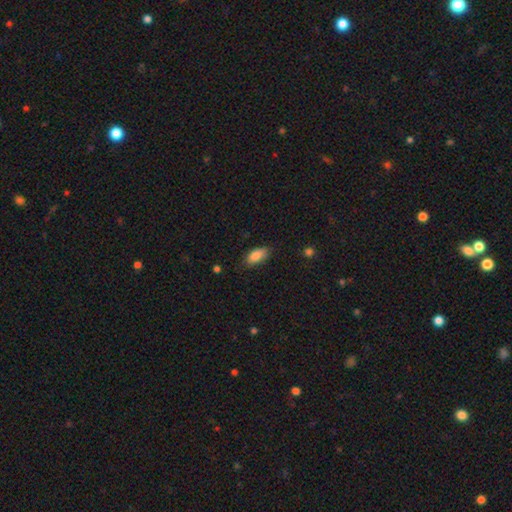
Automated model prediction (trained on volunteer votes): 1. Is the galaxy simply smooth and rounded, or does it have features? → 85% smooth, 8% featured or disk, 7% star or artifact.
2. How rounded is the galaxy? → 89% in between, 8% cigar-shaped, 3% round.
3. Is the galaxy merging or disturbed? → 78% none, 18% minor disturbance, 3% major disturbance, 1% merger.